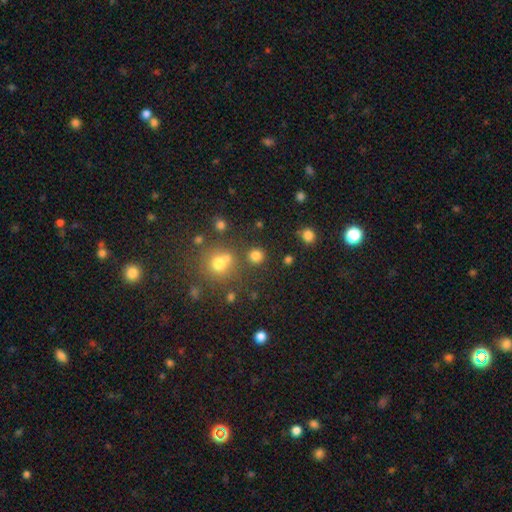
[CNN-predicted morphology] Smooth or featured? Predicted: smooth (p=0.78). How rounded? Predicted: round (p=0.92). Merging? Predicted: none (p=0.82).